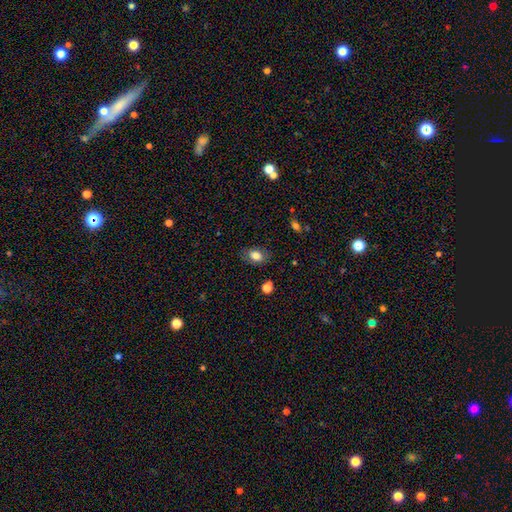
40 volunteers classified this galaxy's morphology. type=smooth (75%); roundness=in between (93%); merging=none (89%).